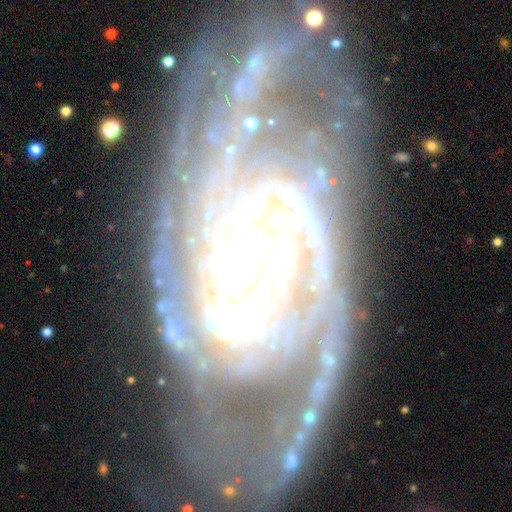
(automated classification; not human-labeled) A featured or disk galaxy (90%) with no bar (58%), 2 (24%) tight (66%) spiral arms (97%) and a moderate central bulge (55%). Merging: none (59%).